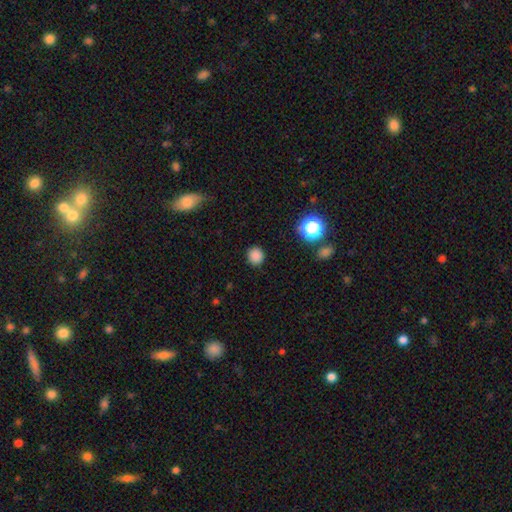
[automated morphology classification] smooth-or-featured: smooth: 83% | star or artifact: 14% | featured or disk: 3%
  how-rounded: round: 90% | in between: 9% | cigar-shaped: 1%
  merging: none: 90% | minor disturbance: 6% | major disturbance: 2% | merger: 1%